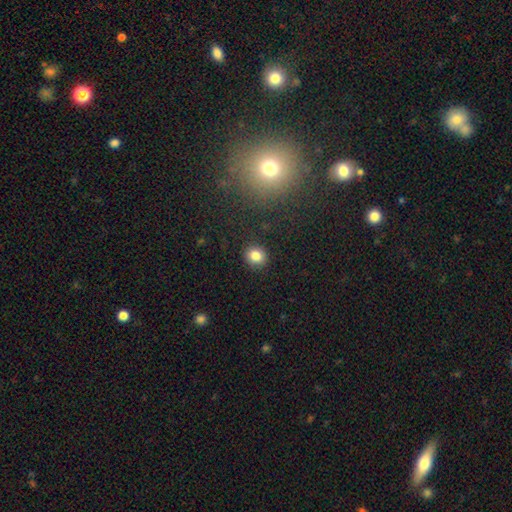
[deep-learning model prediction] This appears to be a smooth galaxy with no disk features (83%) that is round (74%). Merging: none (89%).